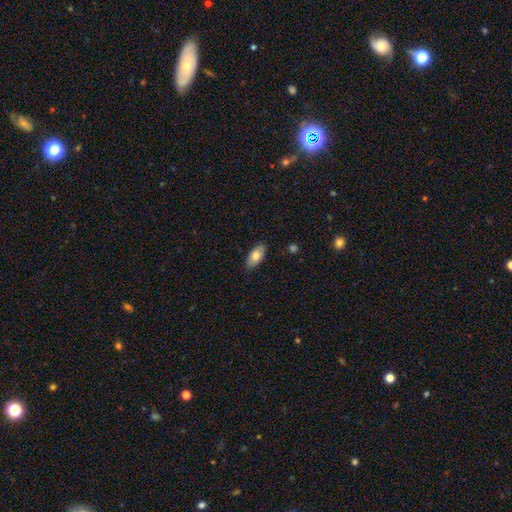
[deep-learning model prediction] Smooth or featured? Predicted: smooth (p=0.78). How rounded? Predicted: in between (p=0.91). Merging? Predicted: none (p=0.86).